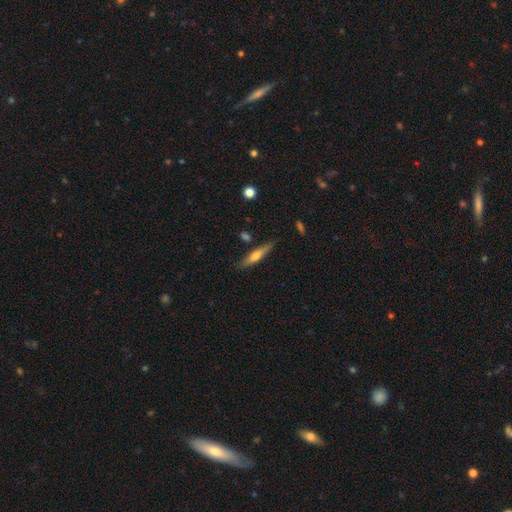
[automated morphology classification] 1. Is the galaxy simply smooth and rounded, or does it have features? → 49% smooth, 44% featured or disk, 6% star or artifact.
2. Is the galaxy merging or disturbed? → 81% none, 13% minor disturbance, 3% merger, 3% major disturbance.